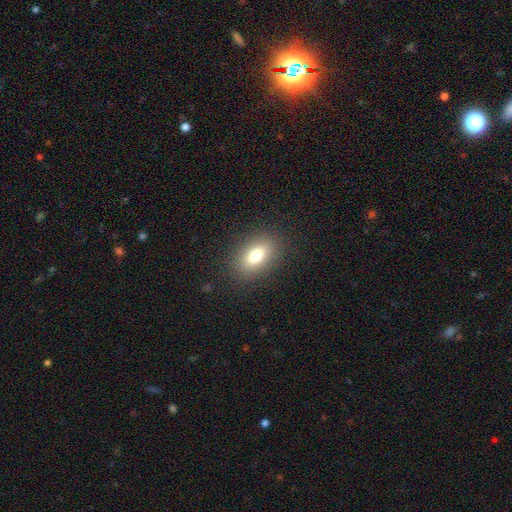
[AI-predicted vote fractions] Q: Smooth or featured?
A: smooth (75%); runner-up: featured or disk (15%)
Q: How rounded?
A: in between (85%); runner-up: round (11%)
Q: Merging?
A: none (87%); runner-up: minor disturbance (8%)